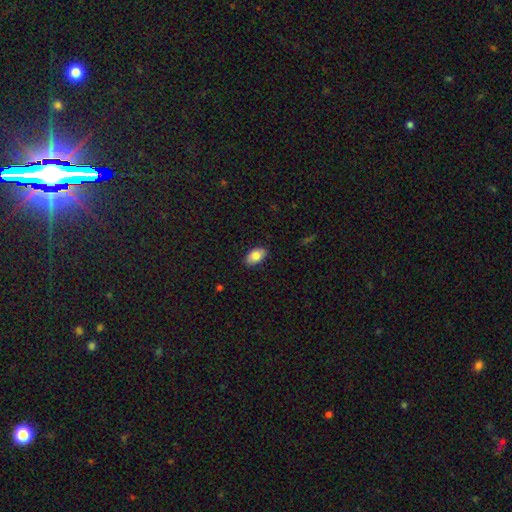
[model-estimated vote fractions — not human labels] A smooth galaxy with no disk features (83%) that is in between round and cigar-shaped (92%).

Vote fractions:
- Smooth or featured? smooth: 83% / featured or disk: 10% / star or artifact: 7%
- How rounded? in between: 92% / round: 6% / cigar-shaped: 2%
- Merging? none: 87% / minor disturbance: 10% / major disturbance: 2% / merger: 1%